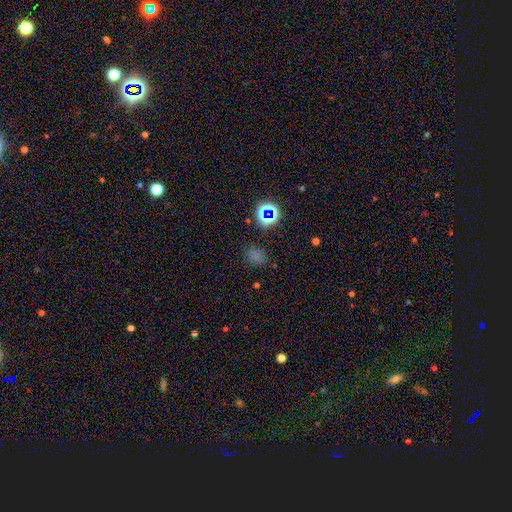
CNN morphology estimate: This is possibly a smooth galaxy (55%). How rounded: likely round (66%). Merging: likely none (78%).